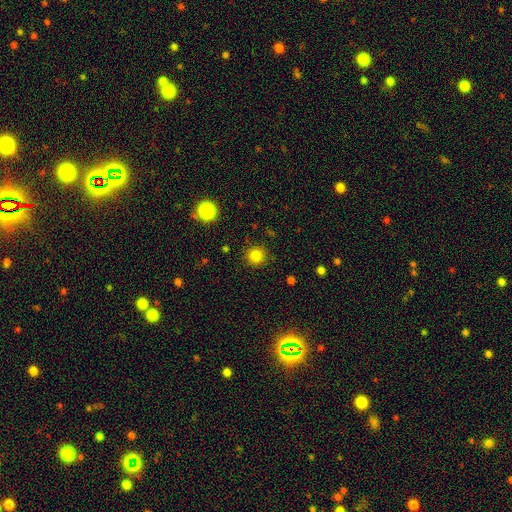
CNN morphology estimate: A smooth galaxy with no disk features (83%) that is round (94%). Merging: none (89%).